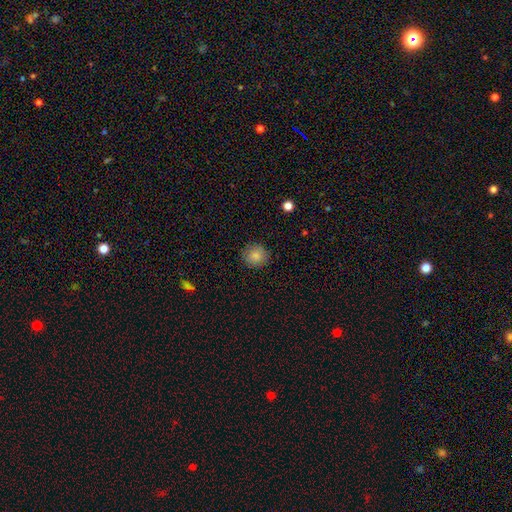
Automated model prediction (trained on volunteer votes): This is clearly a smooth galaxy (84%). How rounded: clearly round (89%). Merging: clearly none (89%).